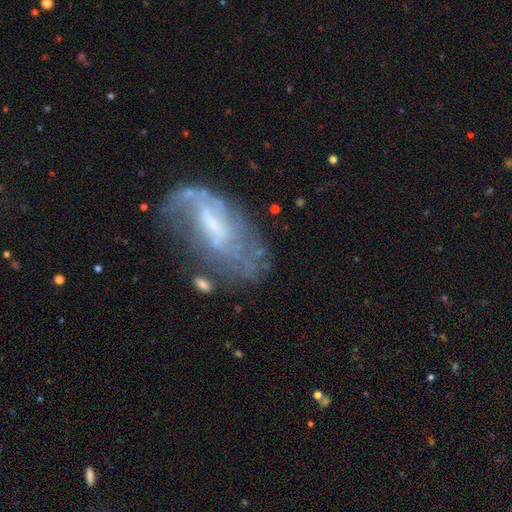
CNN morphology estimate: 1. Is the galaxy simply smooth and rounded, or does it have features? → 70% featured or disk, 21% smooth, 10% star or artifact.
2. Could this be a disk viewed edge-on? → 94% no, 6% yes.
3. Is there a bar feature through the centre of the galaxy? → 42% weak, 39% no, 19% strong.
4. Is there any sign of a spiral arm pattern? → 62% yes, 38% no.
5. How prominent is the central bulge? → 44% small, 27% none, 23% moderate, 4% large, 1% dominant.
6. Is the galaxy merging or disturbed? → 40% none, 30% major disturbance, 23% minor disturbance, 7% merger.